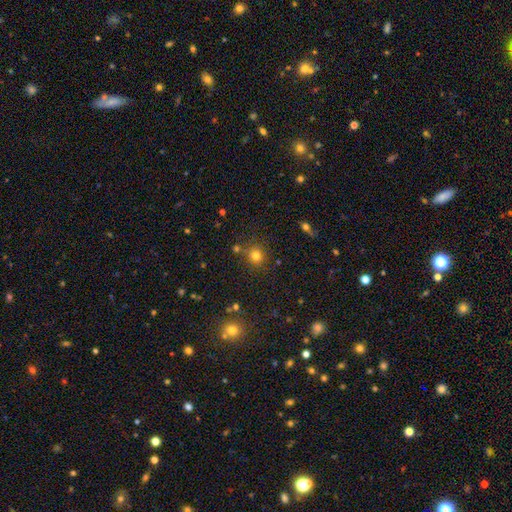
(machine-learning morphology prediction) A smooth galaxy with no disk features (75%) that is round (90%).

Vote fractions:
- Smooth or featured? smooth: 75% / star or artifact: 18% / featured or disk: 6%
- How rounded? round: 90% / in between: 9% / cigar-shaped: 1%
- Merging? none: 80% / minor disturbance: 9% / merger: 7% / major disturbance: 3%